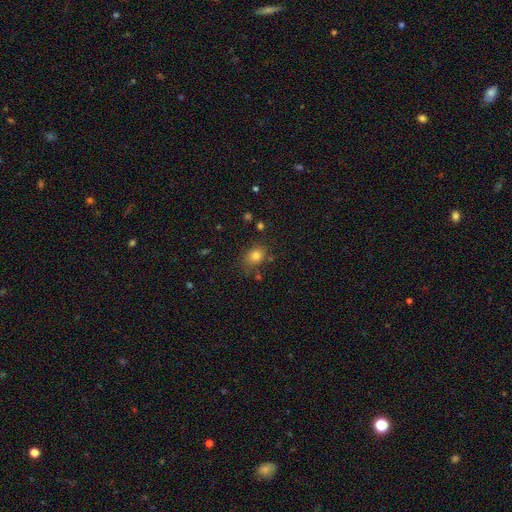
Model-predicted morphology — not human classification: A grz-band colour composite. It shows a smooth galaxy with no disk features (80%) that is in between round and cigar-shaped (52%). Merging: none (73%).